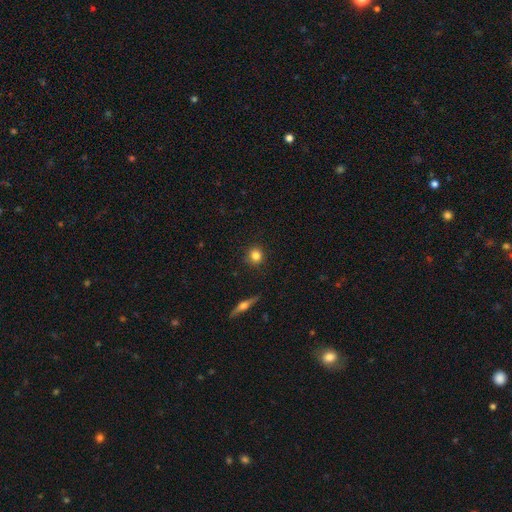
Morphology: type=smooth (76%); roundness=round (79%); merging=none (97%).